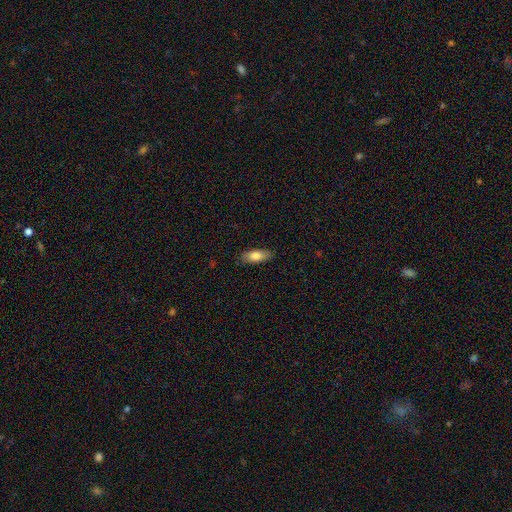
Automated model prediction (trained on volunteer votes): This appears to be a smooth galaxy with no disk features (80%) that is in between round and cigar-shaped (76%). Merging: none (86%).